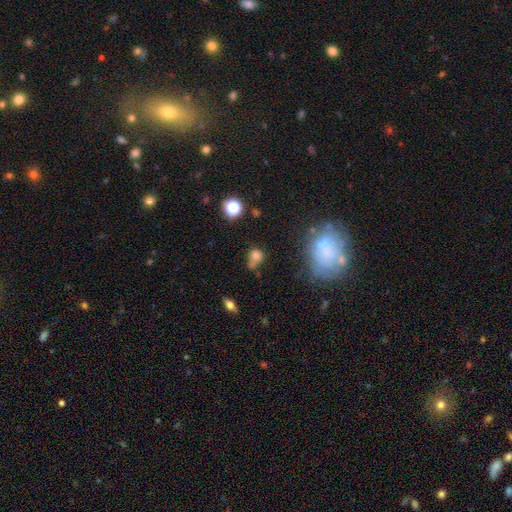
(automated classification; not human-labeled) Smooth or featured? smooth (70%)
How rounded? round (66%)
Merging? none (43%)